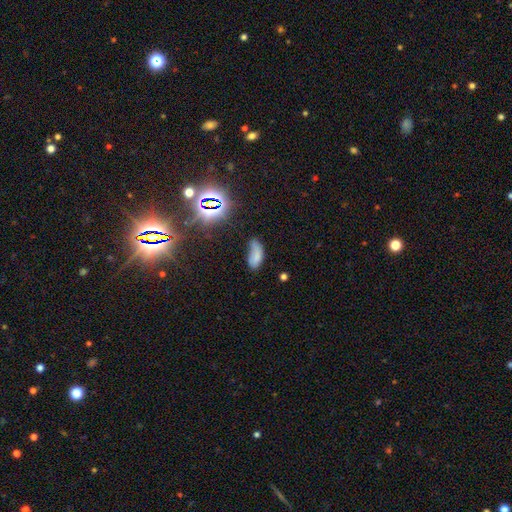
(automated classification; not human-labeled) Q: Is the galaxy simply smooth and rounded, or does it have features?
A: smooth — 70%.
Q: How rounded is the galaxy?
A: in between — 86%.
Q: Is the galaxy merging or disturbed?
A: none — 39%.